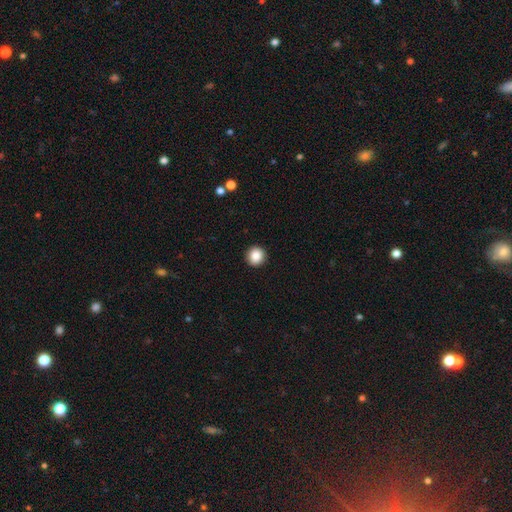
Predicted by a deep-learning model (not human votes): Smooth or featured?
  - smooth: 87% *
  - star or artifact: 9%
  - featured or disk: 4%
How rounded?
  - round: 93% *
  - in between: 6%
  - cigar-shaped: 1%
Merging?
  - none: 93% *
  - minor disturbance: 5%
  - major disturbance: 2%
  - merger: 1%